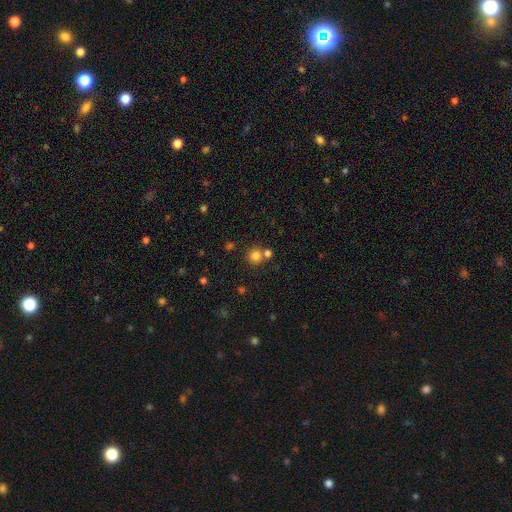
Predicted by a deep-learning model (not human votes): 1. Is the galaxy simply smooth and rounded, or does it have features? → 80% smooth, 14% star or artifact, 7% featured or disk.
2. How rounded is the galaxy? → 92% round, 8% in between, 1% cigar-shaped.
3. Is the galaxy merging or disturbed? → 68% none, 22% merger, 7% minor disturbance, 3% major disturbance.